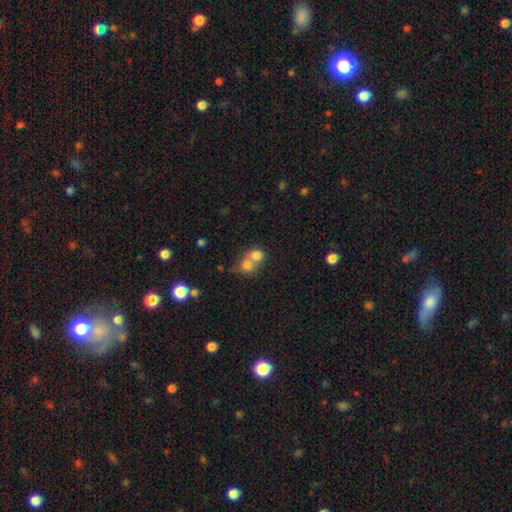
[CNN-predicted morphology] smooth_or_featured: smooth (p=0.74) [alt: featured or disk p=0.15]
how_rounded: round (p=0.70) [alt: in between p=0.29]
merging: merger (p=0.70) [alt: none p=0.22]